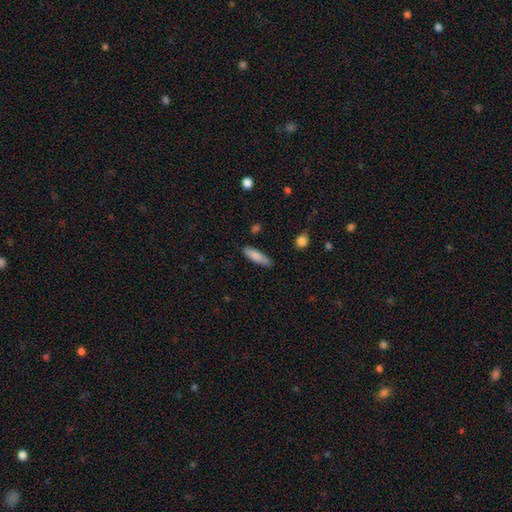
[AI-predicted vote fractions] This appears to be a smooth galaxy with no disk features (84%) that is cigar-shaped (63%). Merging: none (78%).